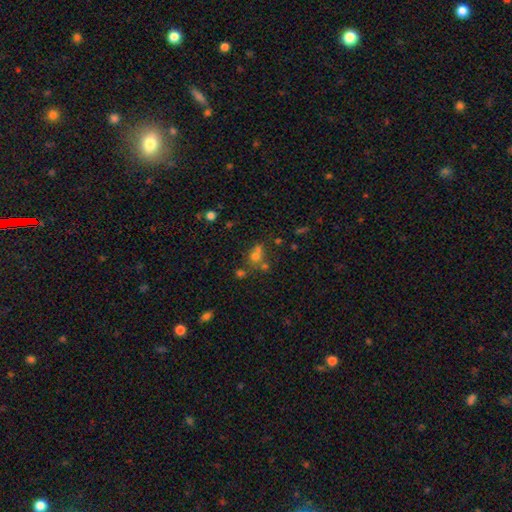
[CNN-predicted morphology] Smooth or featured? Predicted: smooth (p=0.56). How rounded? Predicted: round (p=0.71). Merging? Predicted: none (p=0.44).